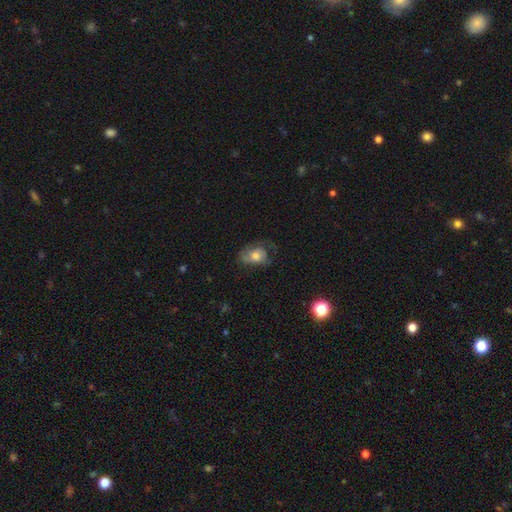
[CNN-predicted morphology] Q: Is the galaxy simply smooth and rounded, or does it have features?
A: smooth — 58%.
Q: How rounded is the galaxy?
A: in between — 69%.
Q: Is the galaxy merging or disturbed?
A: none — 44%.